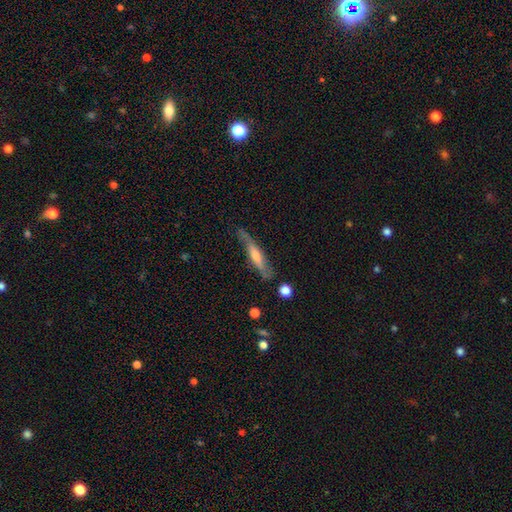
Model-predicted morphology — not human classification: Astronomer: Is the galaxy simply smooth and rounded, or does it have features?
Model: featured or disk — 59% (runner-up: smooth, 35%).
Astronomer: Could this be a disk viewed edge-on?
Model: yes — 78%.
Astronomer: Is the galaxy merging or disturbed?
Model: none — 70%.